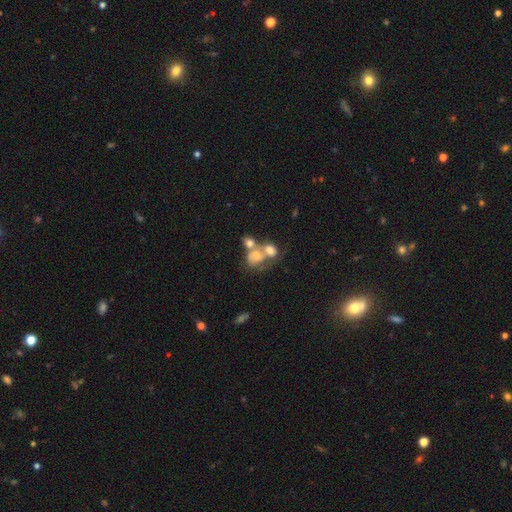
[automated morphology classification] Overall: smooth (52%; featured or disk 35%). How rounded: in between (58%; round 40%). Merging: merger (61%).